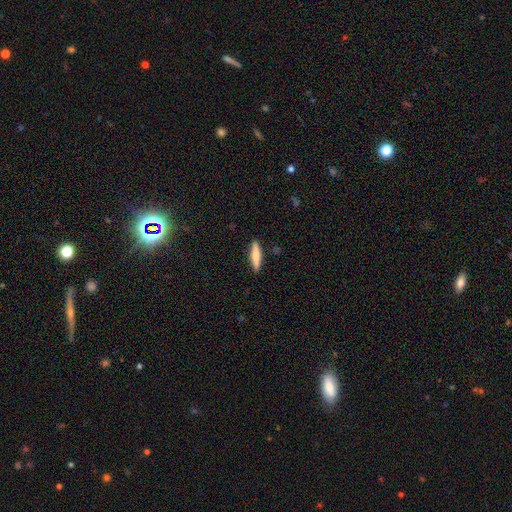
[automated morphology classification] Smooth or featured: smooth — 70% (featured or disk — 25%)
How rounded: cigar-shaped — 84% (in between — 15%)
Merging: none — 90% (minor disturbance — 7%)